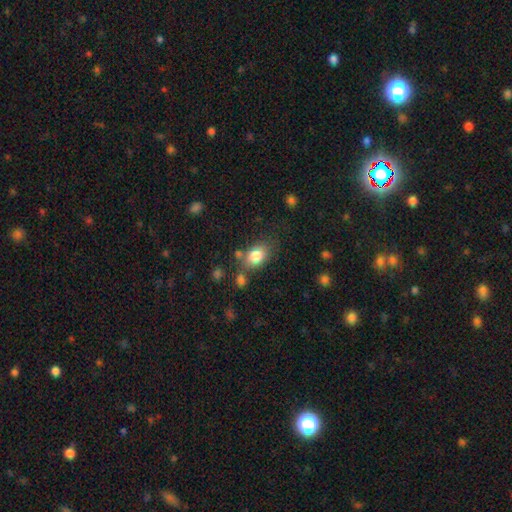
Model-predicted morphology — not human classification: smooth 82%, featured or disk 10%, star or artifact 9%. Down the decision tree: how rounded — in between (74%); merging — none (63%).